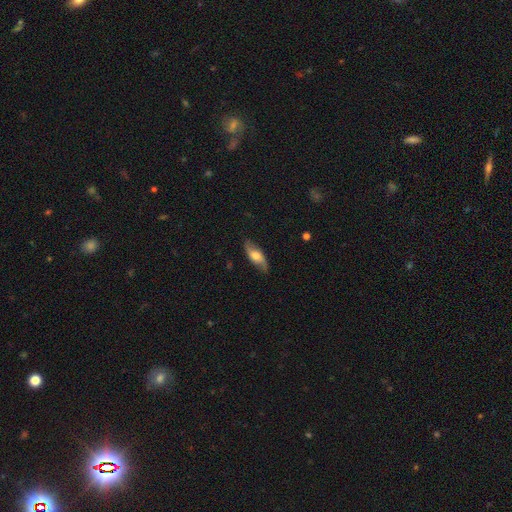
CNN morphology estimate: A featured or disk galaxy (52%).

Vote fractions:
- Smooth or featured? featured or disk: 52% / smooth: 42% / star or artifact: 6%
- Edge-on disk? no: 72% / yes: 28%
- Merging? none: 83% / minor disturbance: 13% / major disturbance: 3% / merger: 1%